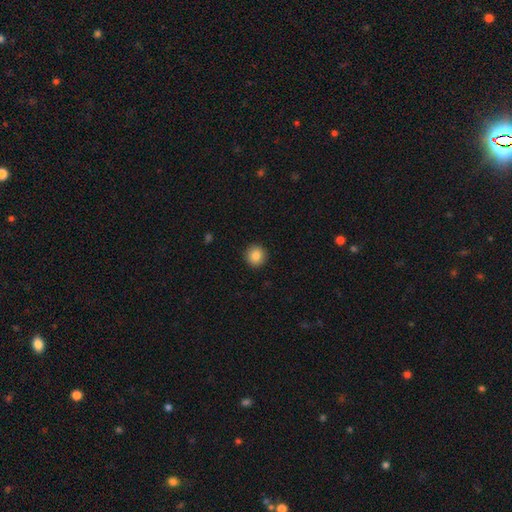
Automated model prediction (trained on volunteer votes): Overall: smooth (86%). How rounded: round (93%). Merging: none (92%).